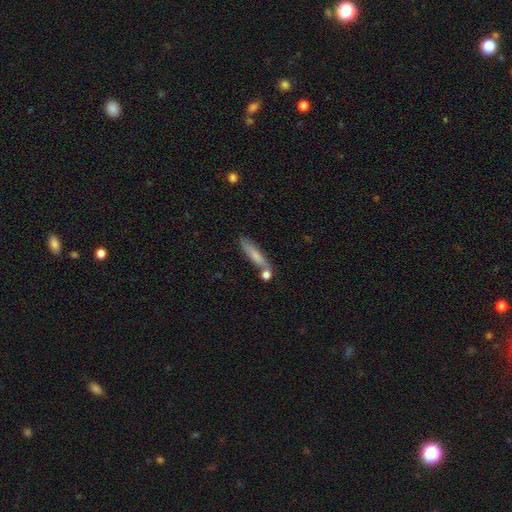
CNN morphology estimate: smooth-or-featured: smooth: 67% | featured or disk: 26% | star or artifact: 7%
  how-rounded: cigar-shaped: 85% | in between: 13% | round: 2%
  merging: none: 67% | minor disturbance: 15% | merger: 14% | major disturbance: 4%